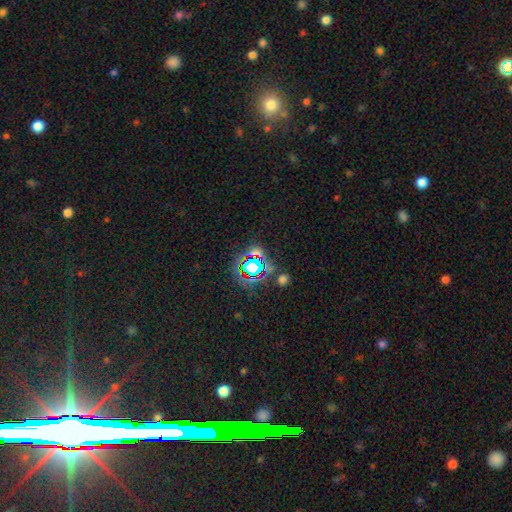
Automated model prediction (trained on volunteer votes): A star or artifact, not a galaxy (69%).